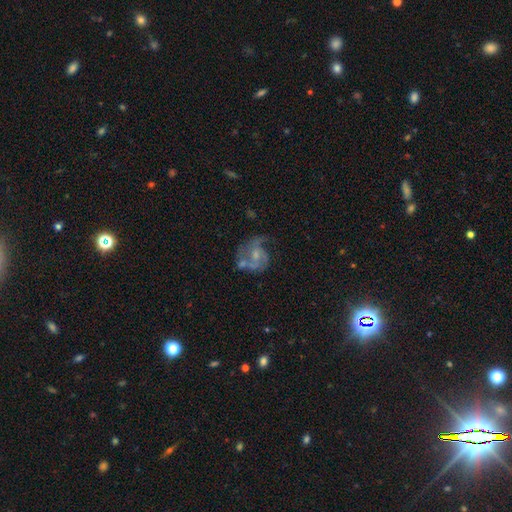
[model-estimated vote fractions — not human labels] The model was most divided on "bulge size": small: 45%, moderate: 36%, none: 15%, large: 3%, dominant: 1%. Remaining: edge-on disk — no (98%); spiral arms — yes (85%); smooth or featured — featured or disk (76%); bar — no (56%); spiral arm count — 2 (50%); spiral winding — medium (48%); merging — none (43%).